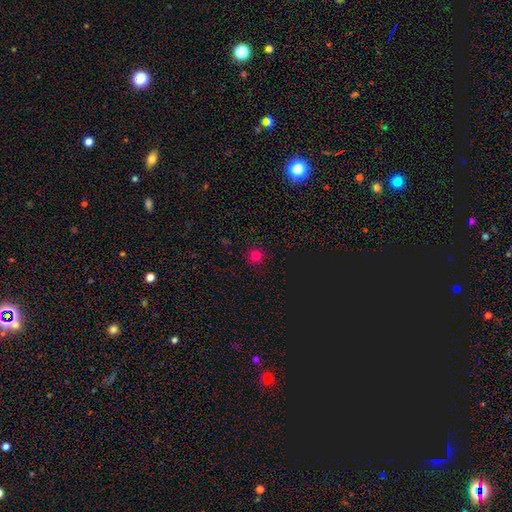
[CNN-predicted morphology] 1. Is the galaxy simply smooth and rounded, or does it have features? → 76% smooth, 19% star or artifact, 4% featured or disk.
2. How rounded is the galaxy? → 94% round, 5% in between, 1% cigar-shaped.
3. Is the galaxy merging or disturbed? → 90% none, 6% minor disturbance, 2% major disturbance, 1% merger.